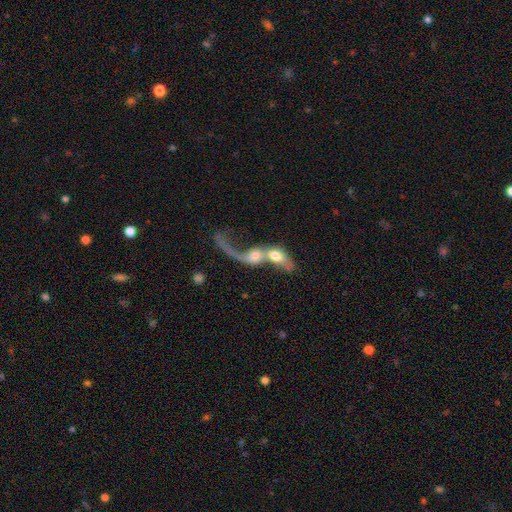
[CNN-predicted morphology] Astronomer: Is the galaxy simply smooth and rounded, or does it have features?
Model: featured or disk — 57% (runner-up: smooth, 34%).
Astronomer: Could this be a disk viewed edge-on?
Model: no — 90%.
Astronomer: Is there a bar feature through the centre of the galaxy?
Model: no — 69%.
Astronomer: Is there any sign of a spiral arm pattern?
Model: yes — 60% (runner-up: no, 40%).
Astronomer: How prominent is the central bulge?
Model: moderate — 40% (runner-up: large, 25%).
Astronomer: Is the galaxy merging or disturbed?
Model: merger — 79%.